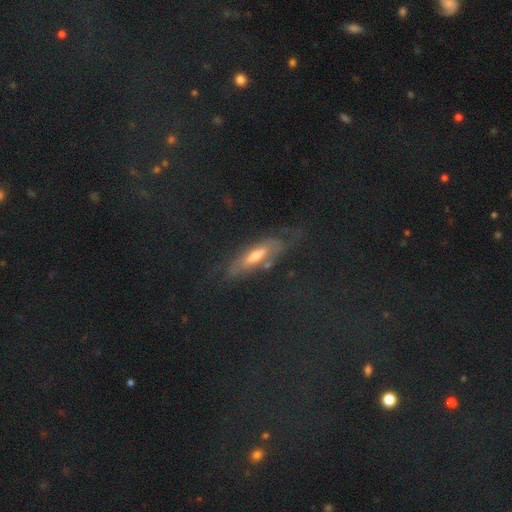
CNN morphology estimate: smooth_or_featured: star or artifact (p=0.38) [alt: featured or disk p=0.33]